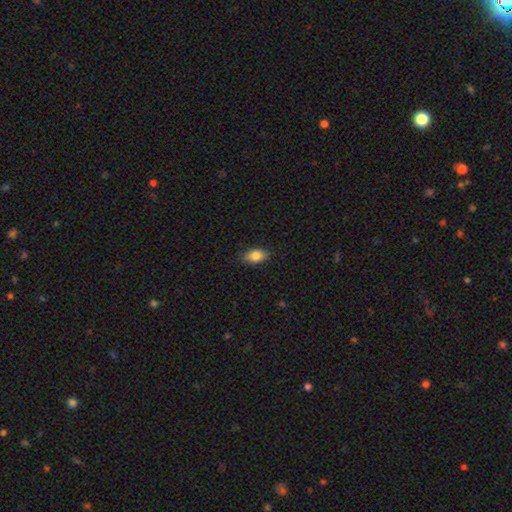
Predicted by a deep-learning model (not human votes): A smooth galaxy with no disk features (83%) that is in between round and cigar-shaped (86%).

Vote fractions:
- Smooth or featured? smooth: 83% / featured or disk: 9% / star or artifact: 8%
- How rounded? in between: 86% / round: 12% / cigar-shaped: 2%
- Merging? none: 87% / minor disturbance: 10% / major disturbance: 2% / merger: 1%